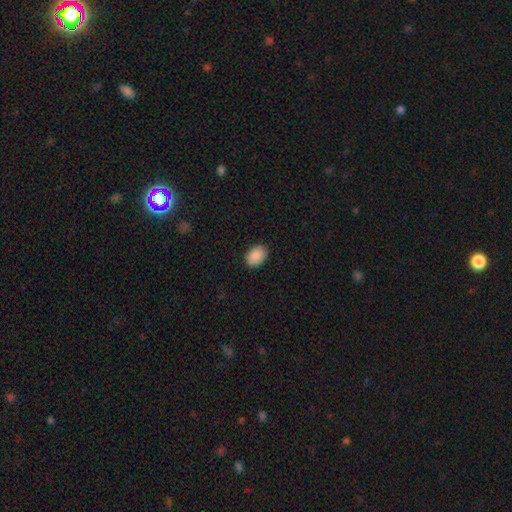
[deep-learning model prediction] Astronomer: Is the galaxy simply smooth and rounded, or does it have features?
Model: smooth — 90%.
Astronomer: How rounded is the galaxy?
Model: in between — 83%.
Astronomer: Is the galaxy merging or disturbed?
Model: none — 88%.